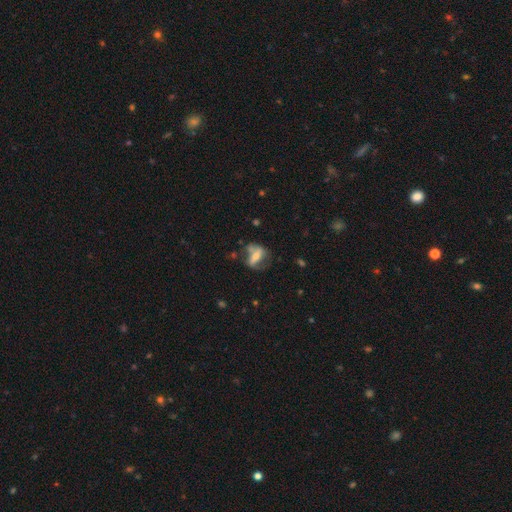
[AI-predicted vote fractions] Smooth or featured? Predicted: featured or disk (p=0.54). Edge-on disk? Predicted: no (p=0.81). Merging? Predicted: none (p=0.45).